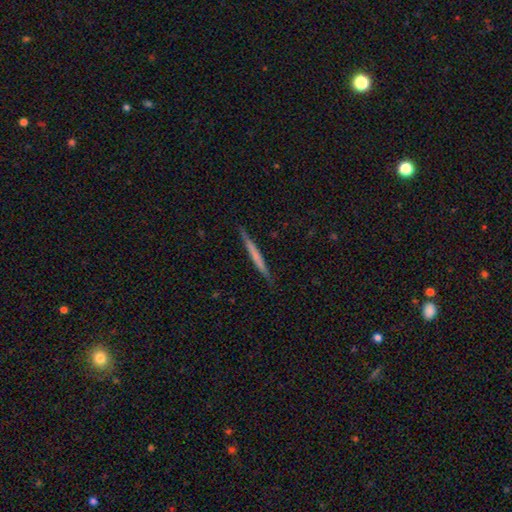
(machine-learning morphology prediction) This is possibly a smooth galaxy (50%). Merging: clearly none (89%).